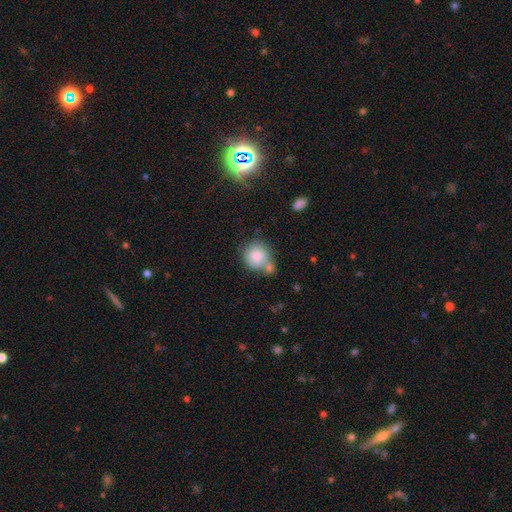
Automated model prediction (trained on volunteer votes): Q: Smooth or featured?
A: smooth (82%); runner-up: featured or disk (9%)
Q: How rounded?
A: round (85%); runner-up: in between (14%)
Q: Merging?
A: none (52%); runner-up: merger (27%)